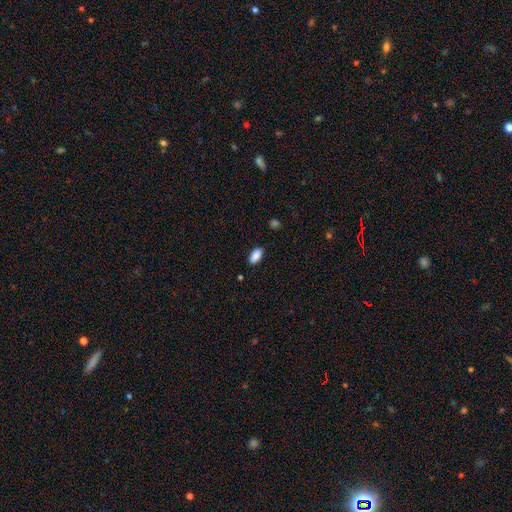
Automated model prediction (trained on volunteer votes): smooth_or_featured: smooth (p=0.89) [alt: star or artifact p=0.07]
how_rounded: in between (p=0.93) [alt: cigar-shaped p=0.03]
merging: none (p=0.86) [alt: minor disturbance p=0.10]